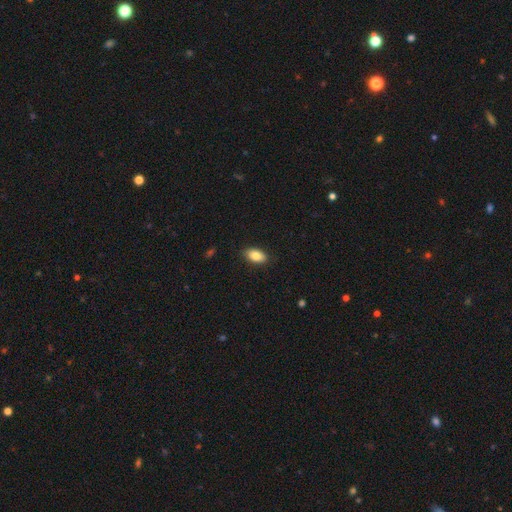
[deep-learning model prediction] Smooth or featured: smooth — 85% (featured or disk — 8%)
How rounded: in between — 92% (round — 5%)
Merging: none — 88% (minor disturbance — 9%)